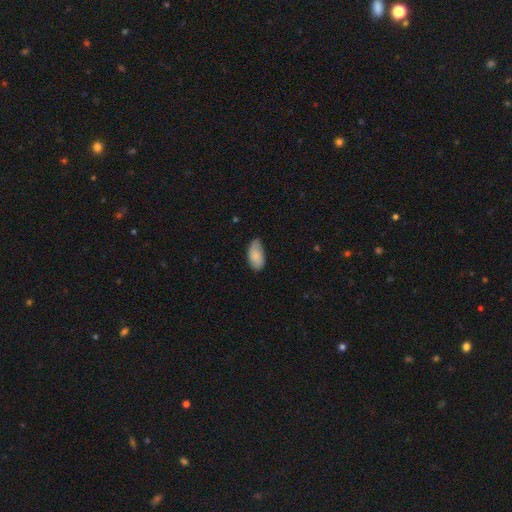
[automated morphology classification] Smooth or featured: smooth — 82% (featured or disk — 12%)
How rounded: in between — 94% (cigar-shaped — 3%)
Merging: none — 66% (minor disturbance — 28%)